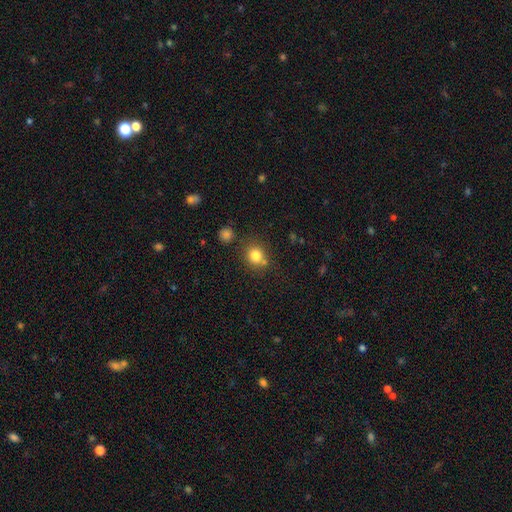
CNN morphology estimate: Overall: smooth (81%). How rounded: round (82%). Merging: none (70%).